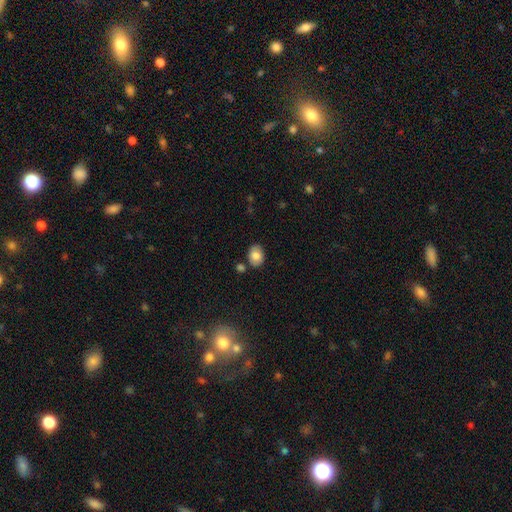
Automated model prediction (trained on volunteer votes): A smooth galaxy with no disk features (80%) that is in between round and cigar-shaped (72%).

Vote fractions:
- Smooth or featured? smooth: 80% / featured or disk: 12% / star or artifact: 8%
- How rounded? in between: 72% / round: 27% / cigar-shaped: 1%
- Merging? none: 80% / minor disturbance: 11% / merger: 6% / major disturbance: 3%